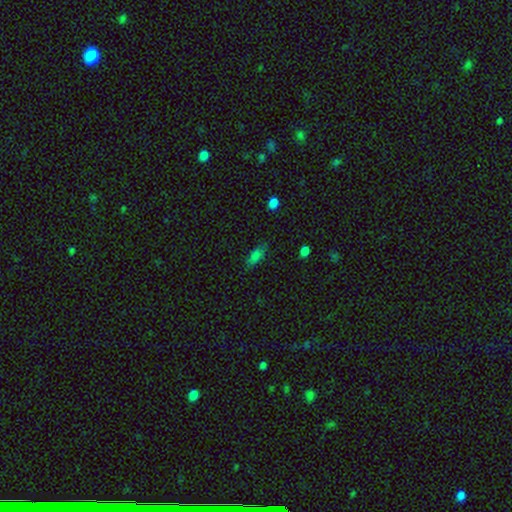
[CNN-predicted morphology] A smooth galaxy with no disk features (78%) that is in between round and cigar-shaped (77%).

Vote fractions:
- Smooth or featured? smooth: 78% / star or artifact: 12% / featured or disk: 10%
- How rounded? in between: 77% / cigar-shaped: 19% / round: 3%
- Merging? none: 77% / minor disturbance: 17% / major disturbance: 4% / merger: 2%